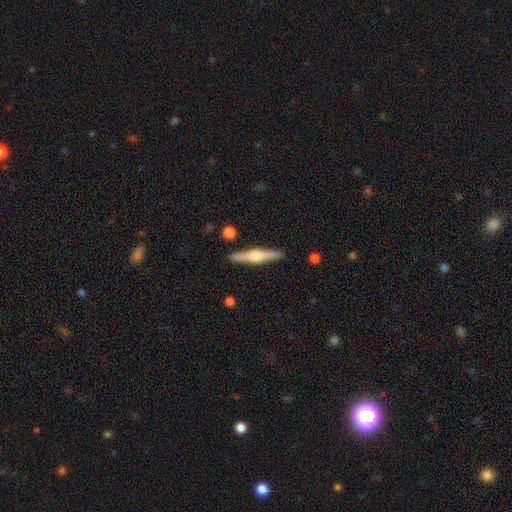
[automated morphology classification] type=featured or disk (73%); edge-on=yes (98%); edge-on bulge=rounded (89%); merging=none (91%).